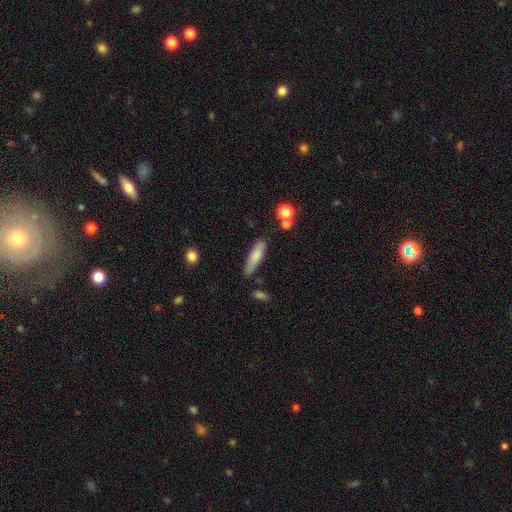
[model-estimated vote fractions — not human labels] Morphology: type=smooth (77%); roundness=cigar-shaped (67%); merging=none (73%).